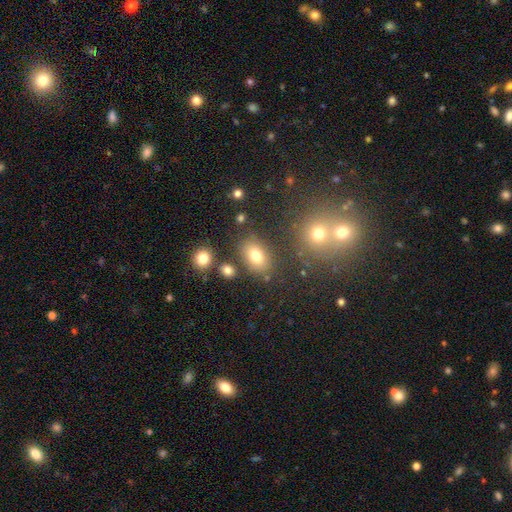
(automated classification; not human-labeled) A smooth galaxy with no disk features (76%) that is in between round and cigar-shaped (81%).

Vote fractions:
- Smooth or featured? smooth: 76% / star or artifact: 12% / featured or disk: 12%
- How rounded? in between: 81% / round: 18% / cigar-shaped: 2%
- Merging? none: 76% / minor disturbance: 12% / merger: 7% / major disturbance: 5%